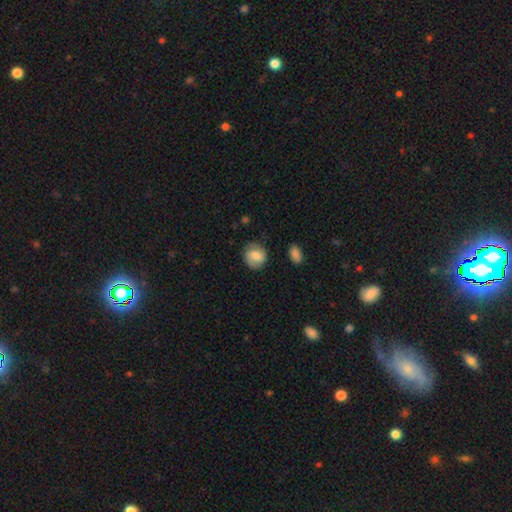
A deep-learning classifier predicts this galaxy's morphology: A smooth galaxy with no disk features (61%) that is round (73%). Merging: none (78%).